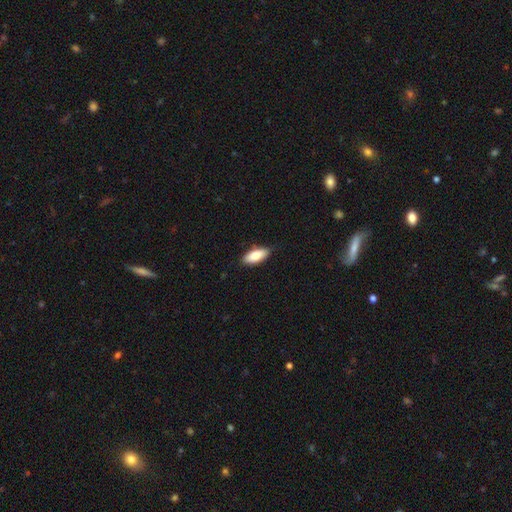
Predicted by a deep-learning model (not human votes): This appears to be a smooth galaxy with no disk features (81%) that is in between round and cigar-shaped (83%). Merging: none (86%).